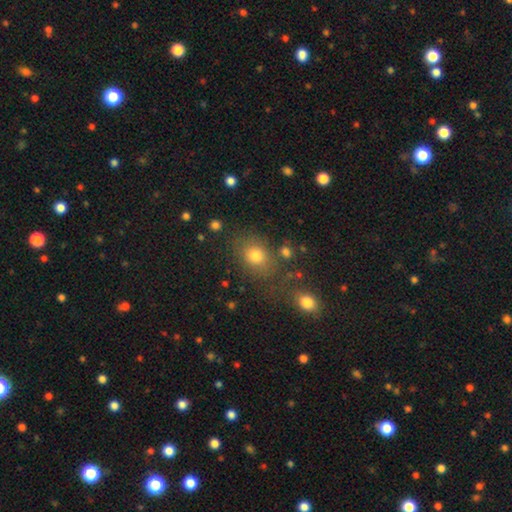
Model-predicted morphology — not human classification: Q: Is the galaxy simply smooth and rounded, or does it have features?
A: smooth — 76%.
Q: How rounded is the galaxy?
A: round — 53%.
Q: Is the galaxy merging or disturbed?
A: none — 70%.